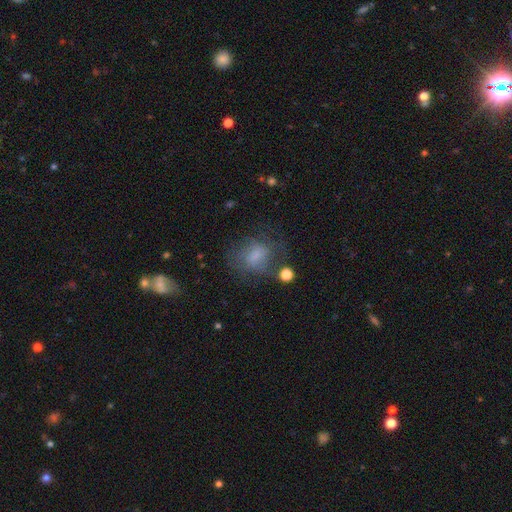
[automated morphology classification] This appears to be a smooth galaxy with no disk features (58%) that is in between round and cigar-shaped (50%). Merging: none (51%).